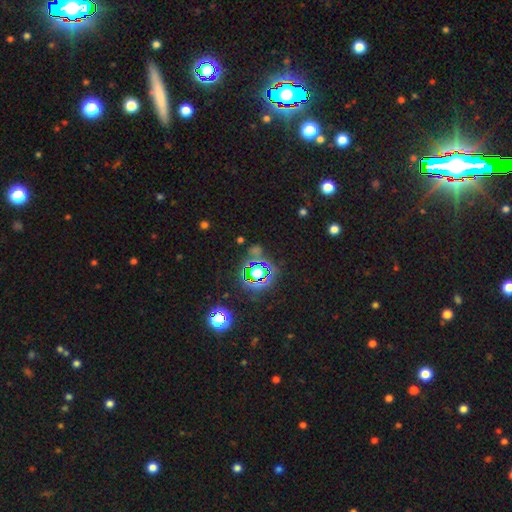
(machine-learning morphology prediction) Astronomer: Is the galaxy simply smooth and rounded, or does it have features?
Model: star or artifact — 78%.